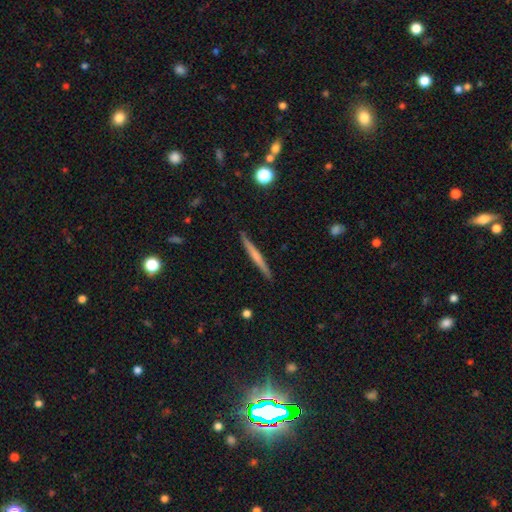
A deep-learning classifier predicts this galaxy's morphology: Smooth or featured: featured or disk — 49% (smooth — 45%)
Merging: none — 91% (minor disturbance — 6%)